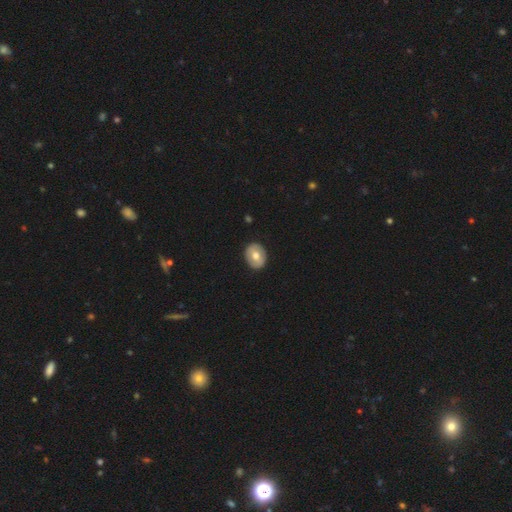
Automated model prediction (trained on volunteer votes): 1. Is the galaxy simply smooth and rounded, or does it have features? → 63% smooth, 31% featured or disk, 6% star or artifact.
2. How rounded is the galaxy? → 53% round, 46% in between, 1% cigar-shaped.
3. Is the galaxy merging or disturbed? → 89% none, 8% minor disturbance, 2% major disturbance, 1% merger.